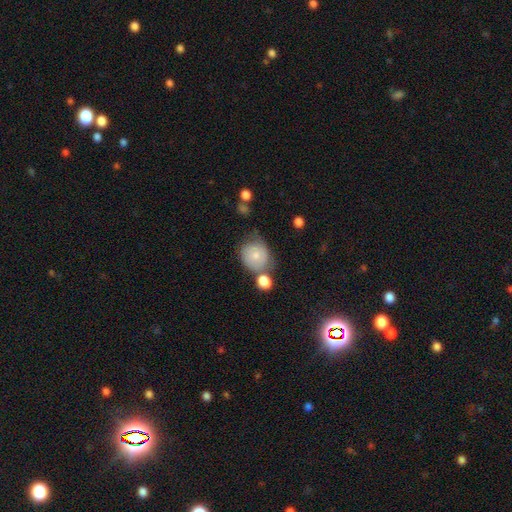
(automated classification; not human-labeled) Q: Smooth or featured?
A: smooth (71%); runner-up: featured or disk (21%)
Q: How rounded?
A: round (82%); runner-up: in between (17%)
Q: Merging?
A: none (45%); runner-up: merger (24%)